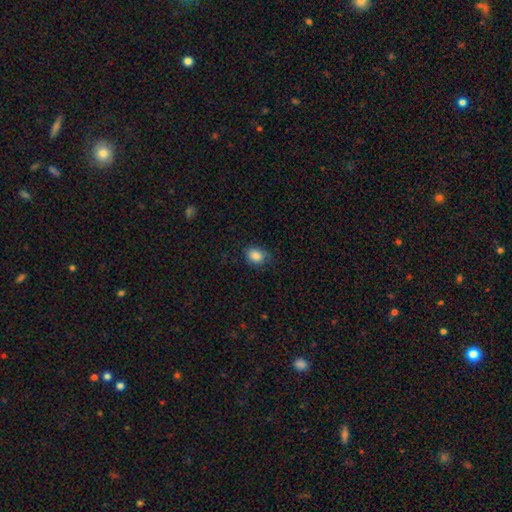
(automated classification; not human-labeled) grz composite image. It shows a smooth galaxy with no disk features (86%) that is in between round and cigar-shaped (58%). Merging: none (78%).